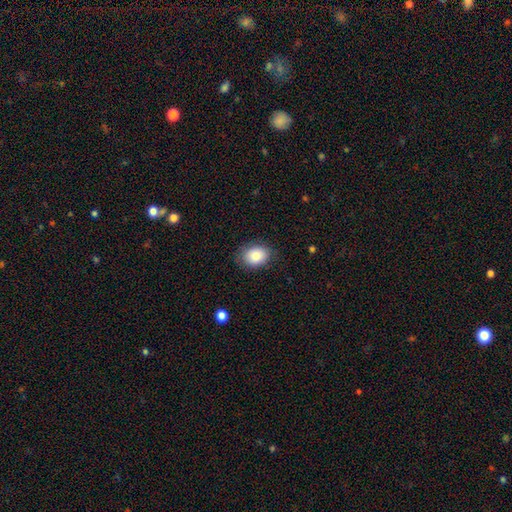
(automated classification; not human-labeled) Morphology: type=smooth (83%); roundness=in between (68%); merging=none (80%).